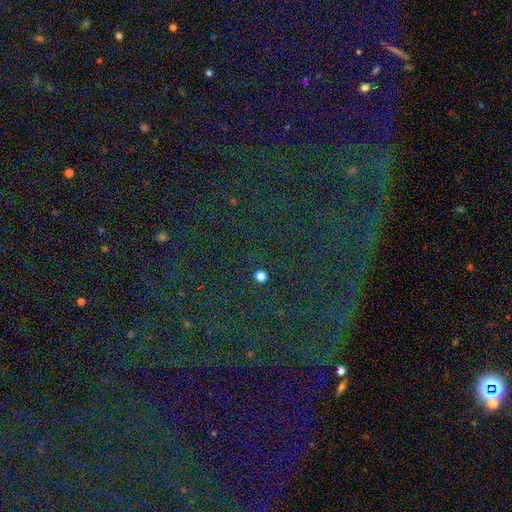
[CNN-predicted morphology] Overall: star or artifact (85%).